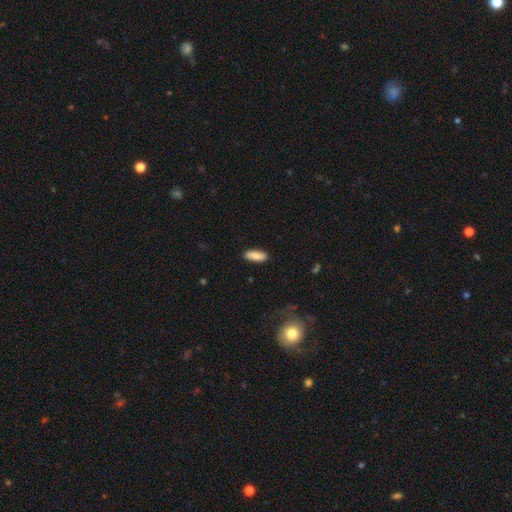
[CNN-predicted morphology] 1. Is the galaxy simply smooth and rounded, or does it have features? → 85% smooth, 9% featured or disk, 6% star or artifact.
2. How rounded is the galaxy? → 65% in between, 33% cigar-shaped, 2% round.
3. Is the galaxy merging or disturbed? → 88% none, 9% minor disturbance, 2% major disturbance, 1% merger.